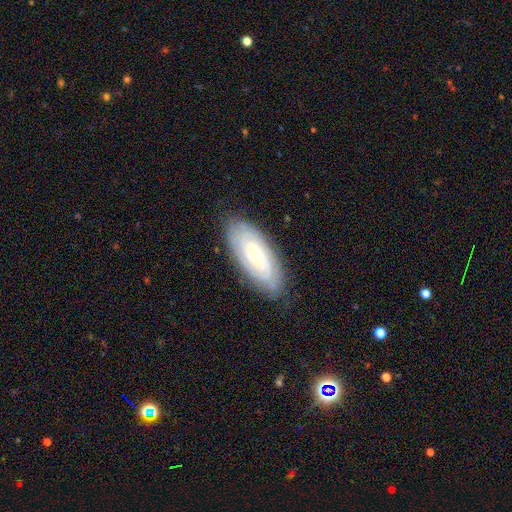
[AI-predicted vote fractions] The model was most divided on "bulge size": small: 60%, moderate: 37%, large: 1%, none: 1%, dominant: 1%. More confident: edge-on disk — no (90%); spiral arms — yes (89%); merging — none (82%); spiral winding — tight (81%); smooth or featured — featured or disk (76%); bar — no (70%); spiral arm count — can't tell (55%).